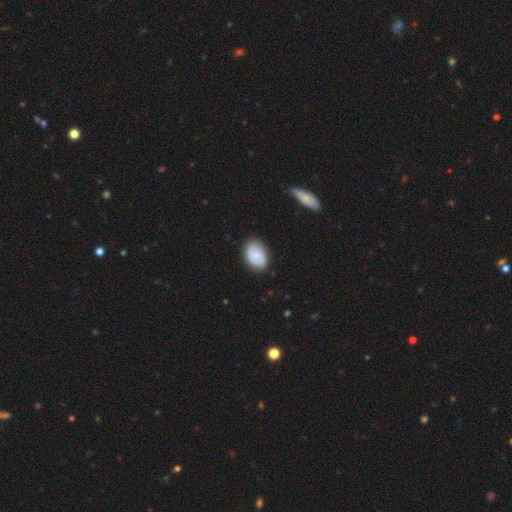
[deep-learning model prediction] Q: Smooth or featured?
A: smooth (62%); runner-up: featured or disk (31%)
Q: How rounded?
A: in between (82%); runner-up: round (17%)
Q: Merging?
A: none (78%); runner-up: minor disturbance (17%)